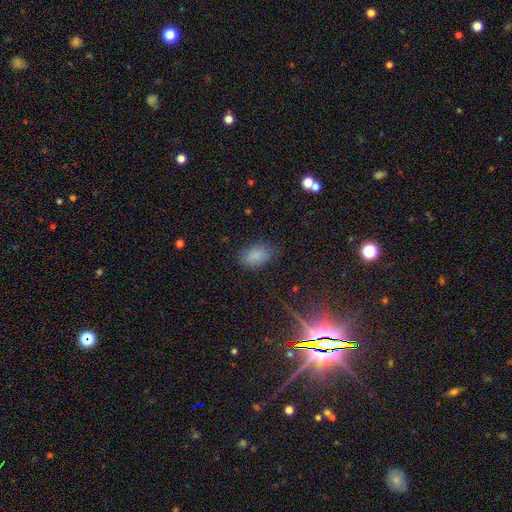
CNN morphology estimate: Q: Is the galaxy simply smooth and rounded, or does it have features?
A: smooth — 84%.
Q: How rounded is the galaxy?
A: in between — 92%.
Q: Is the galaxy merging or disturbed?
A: none — 79%.